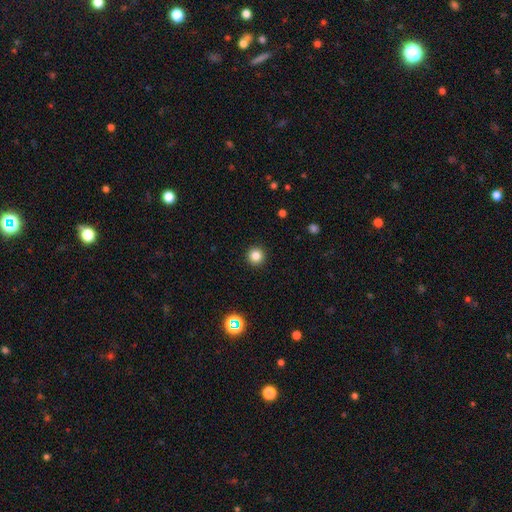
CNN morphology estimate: type=smooth (82%); roundness=round (96%); merging=none (93%).